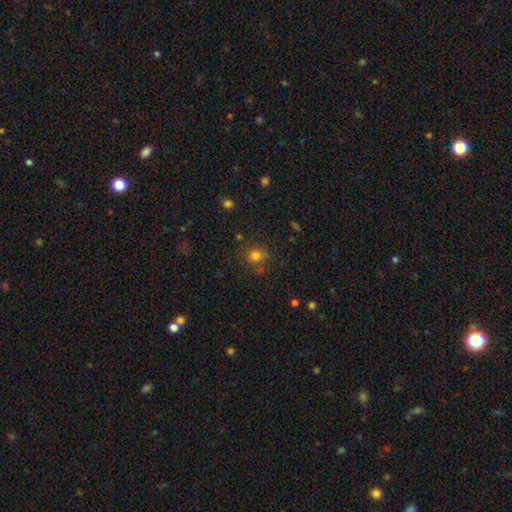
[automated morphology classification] smooth_or_featured: smooth (p=0.76) [alt: star or artifact p=0.16]
how_rounded: round (p=0.77) [alt: in between p=0.22]
merging: none (p=0.74) [alt: minor disturbance p=0.14]